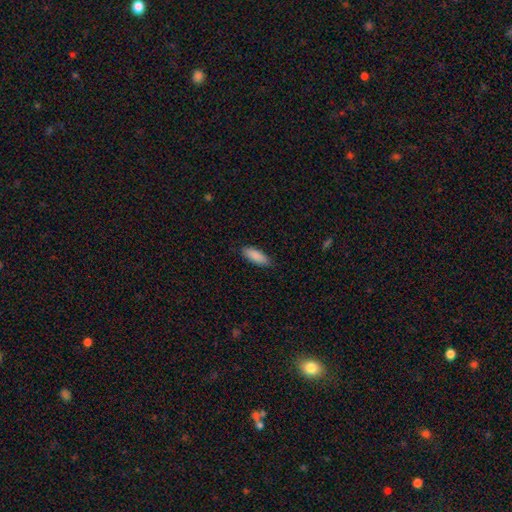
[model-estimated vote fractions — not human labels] Smooth or featured: smooth — 89% (star or artifact — 6%)
How rounded: in between — 65% (cigar-shaped — 33%)
Merging: none — 86% (minor disturbance — 11%)